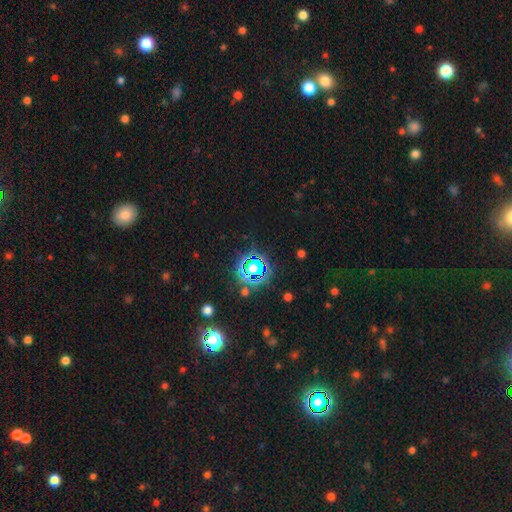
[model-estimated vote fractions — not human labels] Q: Smooth or featured?
A: star or artifact (79%); runner-up: smooth (14%)